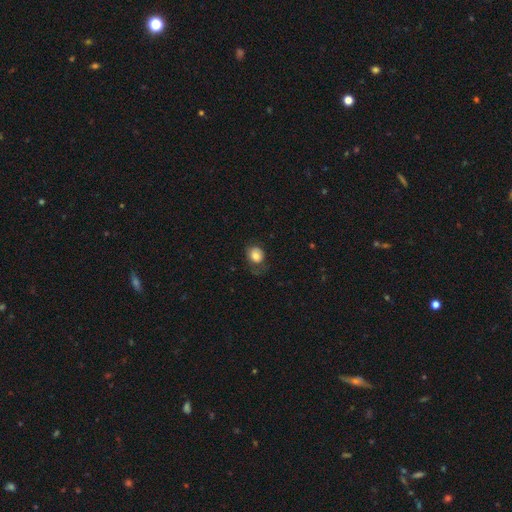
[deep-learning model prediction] Q: Smooth or featured?
A: smooth (79%); runner-up: featured or disk (12%)
Q: How rounded?
A: round (64%); runner-up: in between (36%)
Q: Merging?
A: none (56%); runner-up: minor disturbance (26%)